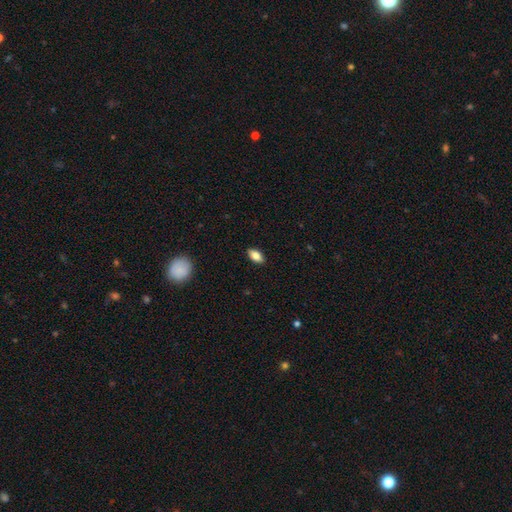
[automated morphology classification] Smooth or featured?
  - smooth: 82% *
  - featured or disk: 11%
  - star or artifact: 8%
How rounded?
  - in between: 90% *
  - cigar-shaped: 6%
  - round: 4%
Merging?
  - none: 89% *
  - minor disturbance: 8%
  - major disturbance: 2%
  - merger: 1%